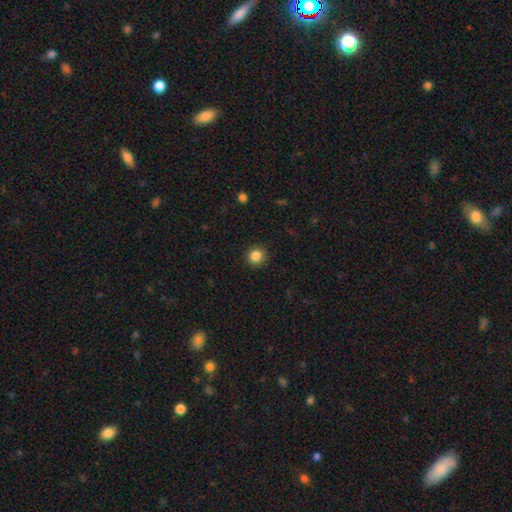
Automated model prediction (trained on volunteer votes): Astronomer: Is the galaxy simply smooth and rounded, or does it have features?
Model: smooth — 85%.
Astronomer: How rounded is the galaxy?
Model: round — 89%.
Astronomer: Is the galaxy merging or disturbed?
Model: none — 90%.